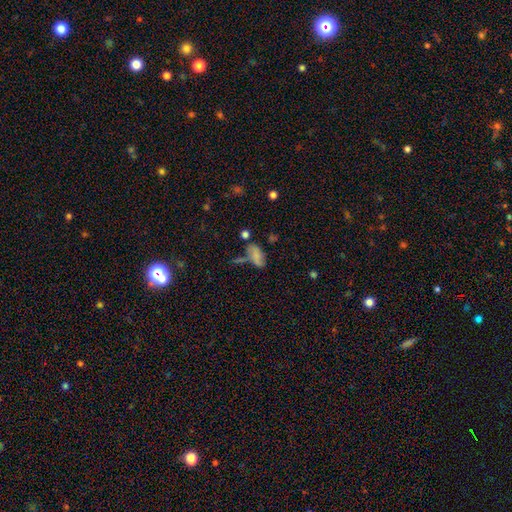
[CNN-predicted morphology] Smooth or featured?
  - smooth: 68% *
  - featured or disk: 19%
  - star or artifact: 13%
How rounded?
  - in between: 87% *
  - cigar-shaped: 8%
  - round: 5%
Merging?
  - none: 37% *
  - minor disturbance: 24%
  - merger: 21%
  - major disturbance: 18%